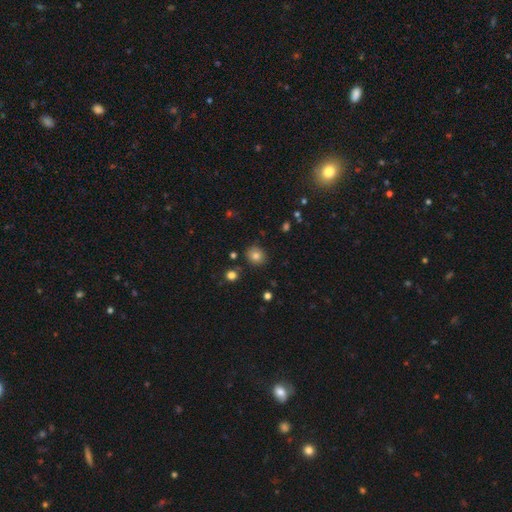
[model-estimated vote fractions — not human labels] Smooth or featured? Predicted: smooth (p=0.80). How rounded? Predicted: round (p=0.82). Merging? Predicted: none (p=0.86).